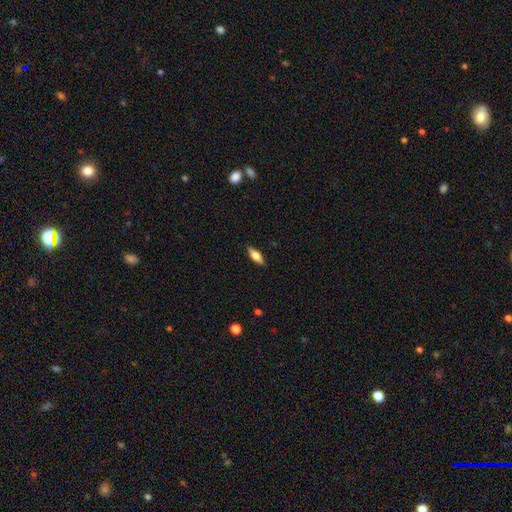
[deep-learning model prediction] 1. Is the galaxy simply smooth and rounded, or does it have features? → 62% smooth, 31% featured or disk, 7% star or artifact.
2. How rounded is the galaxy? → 61% in between, 36% cigar-shaped, 3% round.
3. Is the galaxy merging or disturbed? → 88% none, 9% minor disturbance, 2% major disturbance, 1% merger.